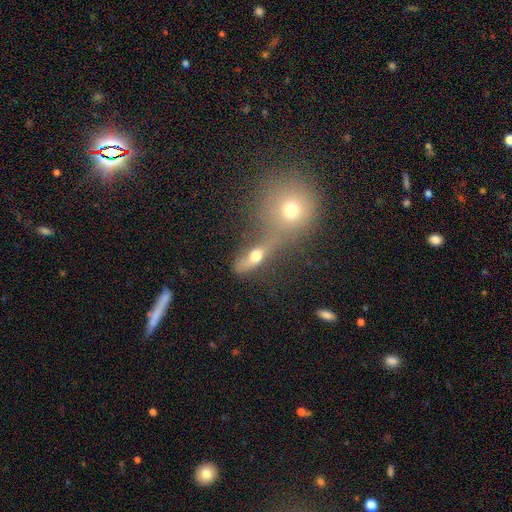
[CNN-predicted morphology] Q: Smooth or featured?
A: smooth (58%); runner-up: featured or disk (25%)
Q: How rounded?
A: in between (49%); runner-up: round (33%)
Q: Merging?
A: merger (42%); runner-up: none (38%)